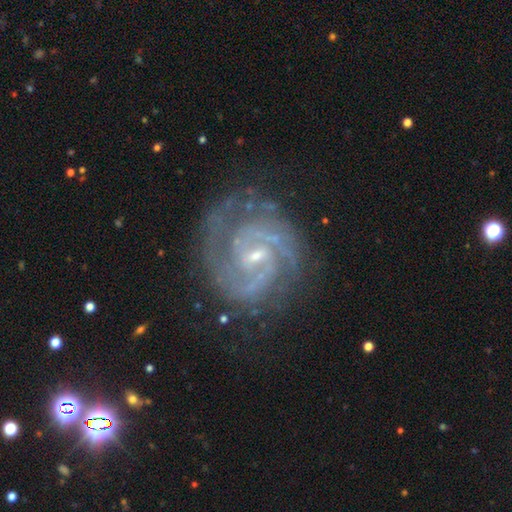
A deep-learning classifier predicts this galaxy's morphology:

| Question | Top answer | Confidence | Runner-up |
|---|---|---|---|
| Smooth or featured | featured or disk | 91% | star or artifact (6%) |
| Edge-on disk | no | 98% | yes (2%) |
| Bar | weak | 53% | no (29%) |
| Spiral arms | yes | 98% | no (2%) |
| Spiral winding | tight | 59% | medium (37%) |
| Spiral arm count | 2 | 70% | 3 (11%) |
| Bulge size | small | 73% | moderate (21%) |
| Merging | none | 74% | minor disturbance (17%) |